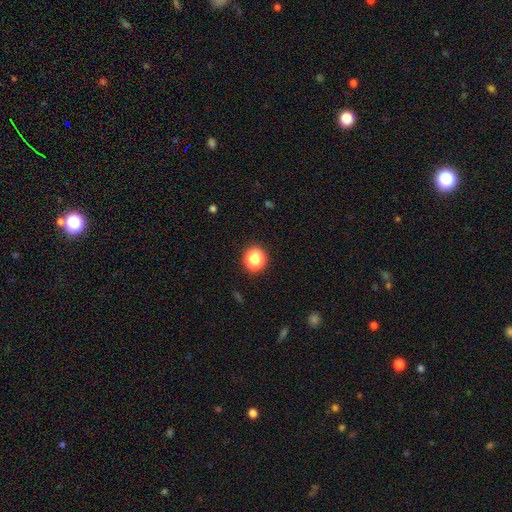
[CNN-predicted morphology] This is likely a smooth galaxy (79%). How rounded: likely round (75%). Merging: clearly none (85%).